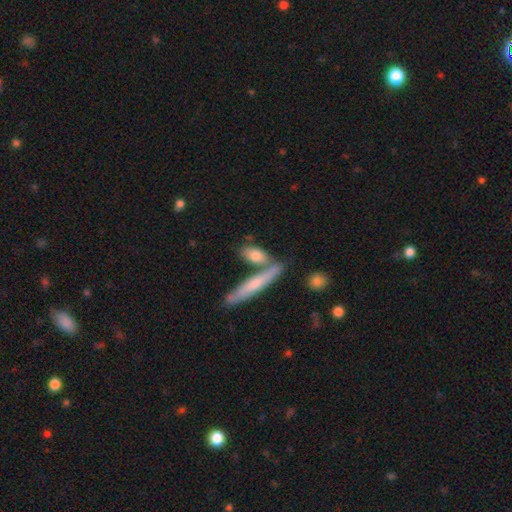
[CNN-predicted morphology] This is likely a smooth galaxy (74%). How rounded: possibly in between (54%). Merging: possibly none (55%).